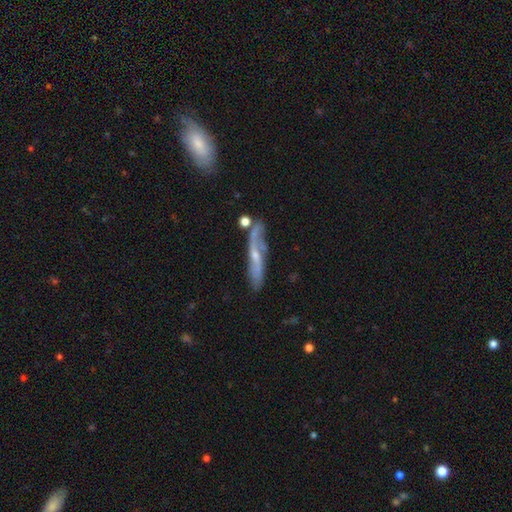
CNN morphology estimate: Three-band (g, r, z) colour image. It shows a featured or disk galaxy (67%) viewed edge-on (51%). Merging: none (59%).